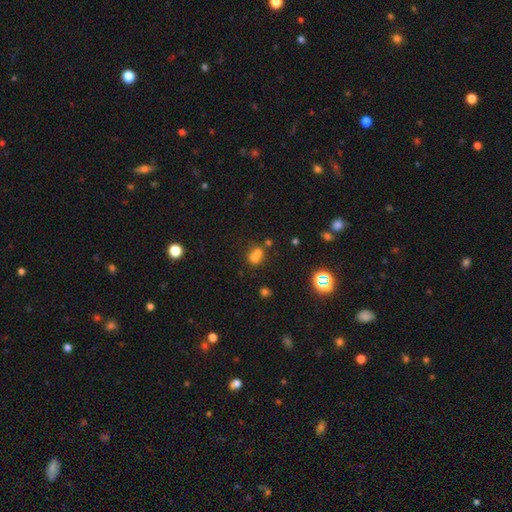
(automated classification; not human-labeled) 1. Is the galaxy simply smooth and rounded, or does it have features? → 60% smooth, 23% star or artifact, 18% featured or disk.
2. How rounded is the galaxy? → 77% round, 22% in between, 1% cigar-shaped.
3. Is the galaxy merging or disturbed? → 59% merger, 32% none, 6% minor disturbance, 3% major disturbance.